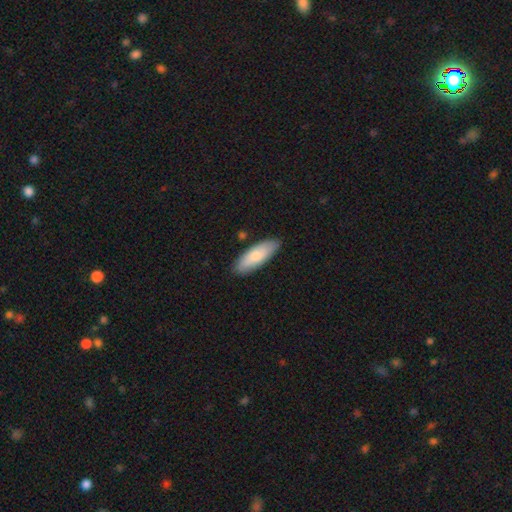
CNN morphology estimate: The model was most divided on "how rounded": in between: 66%, cigar-shaped: 33%, round: 2%. More confident: merging — none (85%); smooth or featured — smooth (79%).